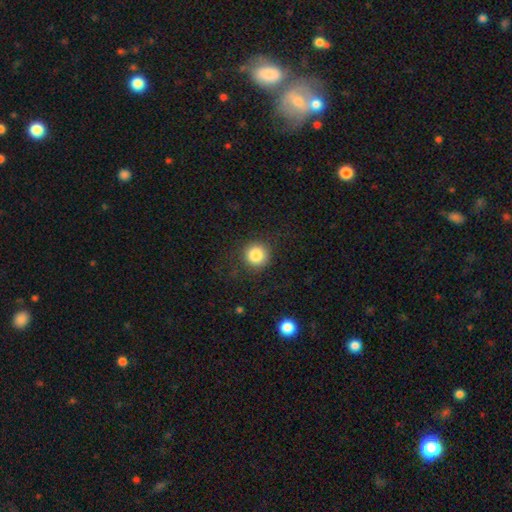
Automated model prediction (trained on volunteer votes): A smooth galaxy with no disk features (85%) that is round (94%).

Vote fractions:
- Smooth or featured? smooth: 85% / star or artifact: 10% / featured or disk: 5%
- How rounded? round: 94% / in between: 5% / cigar-shaped: 1%
- Merging? none: 88% / minor disturbance: 8% / major disturbance: 3% / merger: 1%